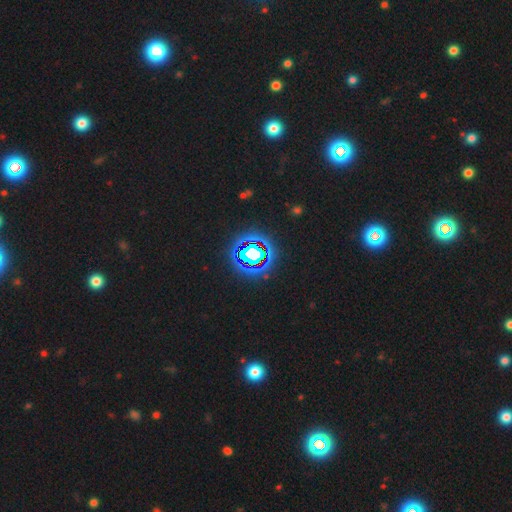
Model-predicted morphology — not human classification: smooth-or-featured: star or artifact: 72% | smooth: 16% | featured or disk: 13%